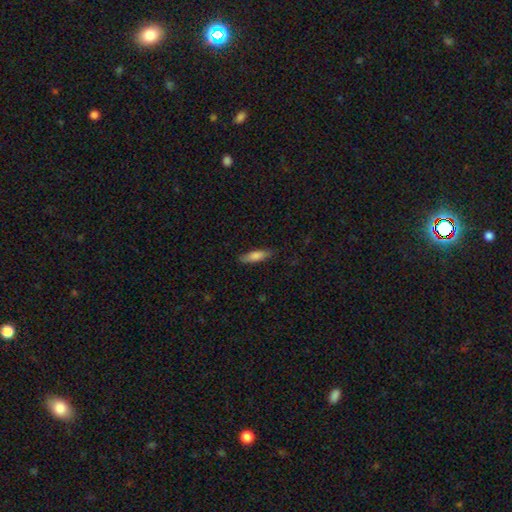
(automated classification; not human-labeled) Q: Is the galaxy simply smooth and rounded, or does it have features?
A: smooth — 81%.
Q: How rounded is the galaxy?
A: cigar-shaped — 53%.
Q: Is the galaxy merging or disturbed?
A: none — 83%.